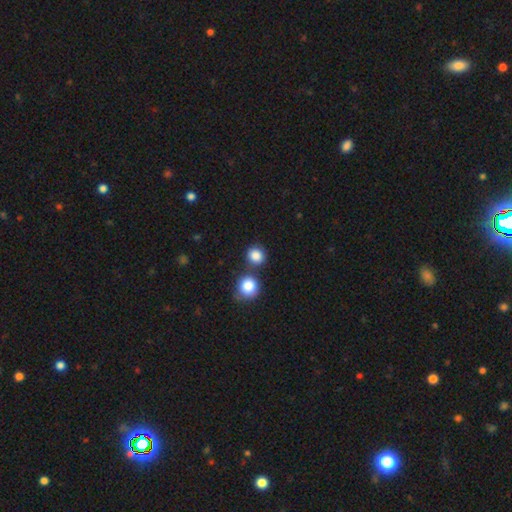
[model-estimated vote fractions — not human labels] smooth-or-featured: smooth: 86% | star or artifact: 9% | featured or disk: 5%
  how-rounded: round: 86% | in between: 13% | cigar-shaped: 1%
  merging: none: 65% | merger: 21% | minor disturbance: 10% | major disturbance: 4%